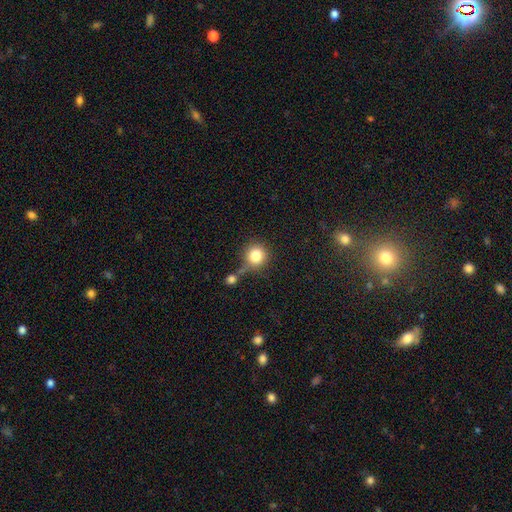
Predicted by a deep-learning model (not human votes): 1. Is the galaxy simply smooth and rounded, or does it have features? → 82% smooth, 10% star or artifact, 7% featured or disk.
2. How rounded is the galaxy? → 93% round, 6% in between, 1% cigar-shaped.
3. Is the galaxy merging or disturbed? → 61% none, 17% merger, 15% minor disturbance, 7% major disturbance.